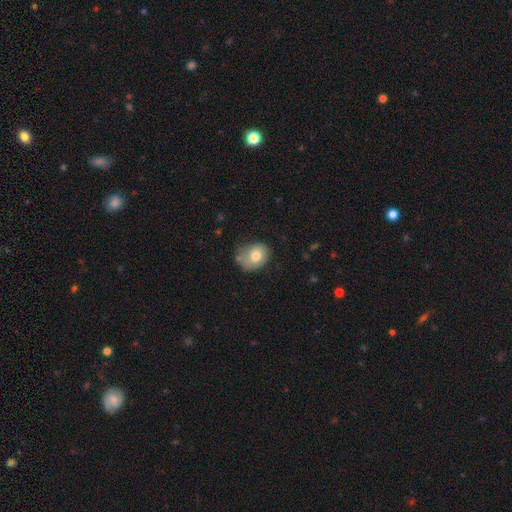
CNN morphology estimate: This appears to be a smooth galaxy with no disk features (77%) that is in between round and cigar-shaped (58%). Merging: none (51%).